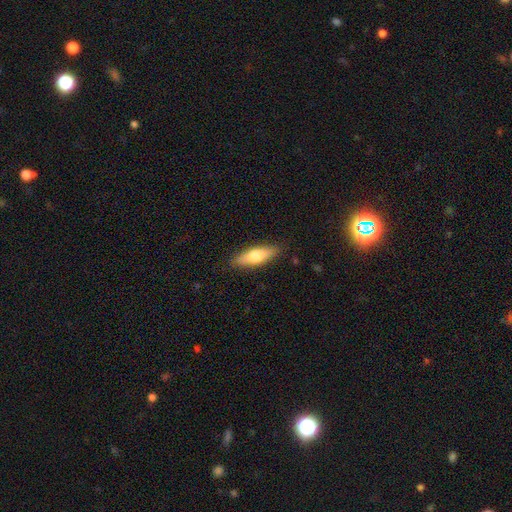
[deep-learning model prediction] smooth_or_featured: smooth (p=0.63) [alt: featured or disk p=0.31]
how_rounded: in between (p=0.50) [alt: cigar-shaped p=0.48]
merging: none (p=0.87) [alt: minor disturbance p=0.10]